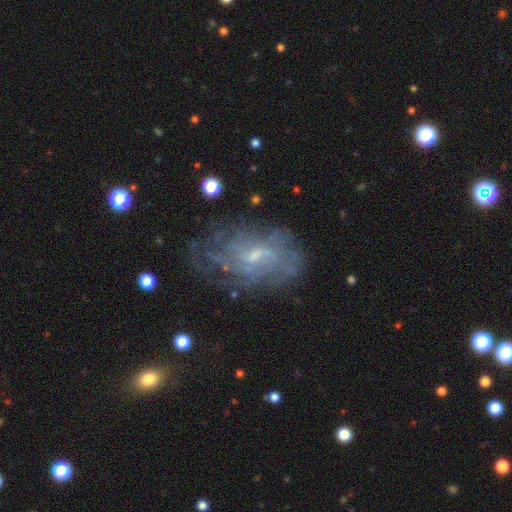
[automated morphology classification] smooth_or_featured: featured or disk (p=0.75) [alt: smooth p=0.16]
disk_edge_on: no (p=0.96) [alt: yes p=0.04]
bar: weak (p=0.51) [alt: no p=0.41]
has_spiral_arms: yes (p=0.77) [alt: no p=0.23]
spiral_winding: tight (p=0.47) [alt: medium p=0.34]
spiral_arm_count: can't tell (p=0.62) [alt: 4 p=0.10]
bulge_size: small (p=0.57) [alt: moderate p=0.32]
merging: none (p=0.61) [alt: minor disturbance p=0.22]